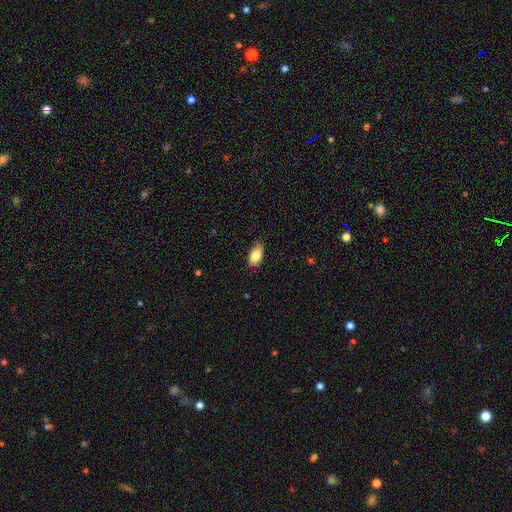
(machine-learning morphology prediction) Overall: smooth (84%). How rounded: in between (92%). Merging: none (81%).